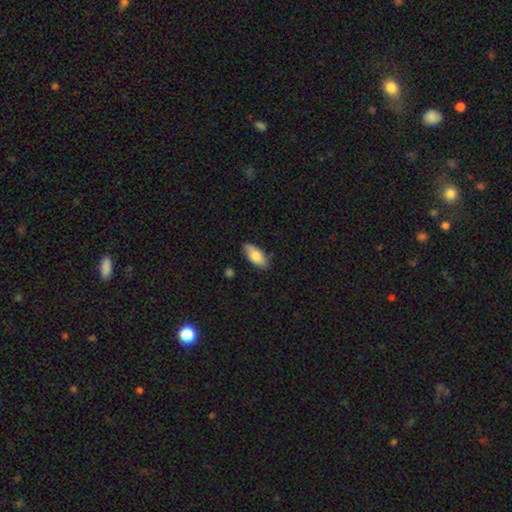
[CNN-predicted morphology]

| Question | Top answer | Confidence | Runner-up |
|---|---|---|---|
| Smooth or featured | smooth | 81% | featured or disk (13%) |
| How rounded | in between | 88% | cigar-shaped (9%) |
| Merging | none | 81% | minor disturbance (15%) |